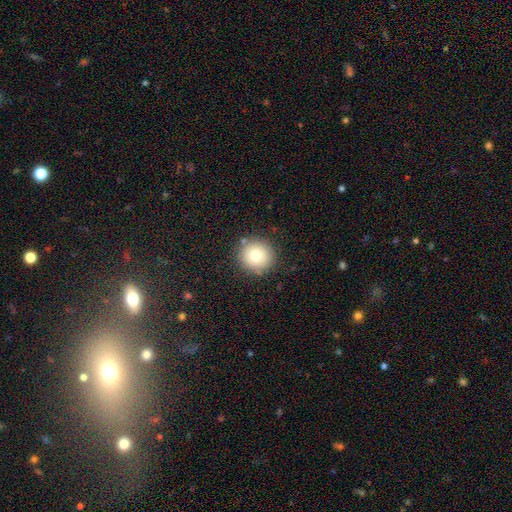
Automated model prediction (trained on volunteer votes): Smooth or featured? Predicted: smooth (p=0.76). How rounded? Predicted: round (p=0.93). Merging? Predicted: none (p=0.87).